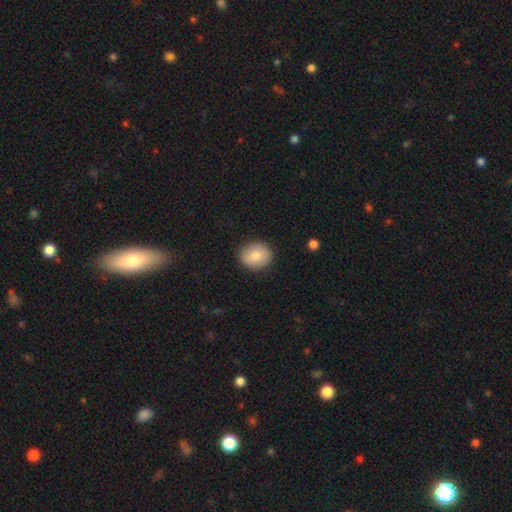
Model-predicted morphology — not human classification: type=smooth (80%); roundness=round (64%); merging=none (88%).